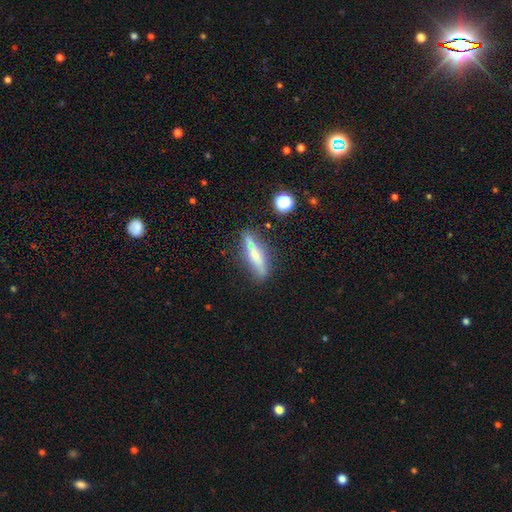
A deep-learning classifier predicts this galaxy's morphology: Q: Smooth or featured?
A: featured or disk (47%); runner-up: smooth (44%)
Q: Merging?
A: none (70%); runner-up: minor disturbance (18%)